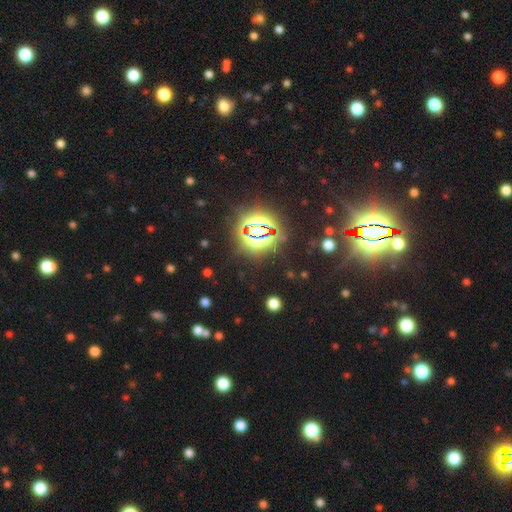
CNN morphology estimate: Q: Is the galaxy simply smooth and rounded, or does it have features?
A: star or artifact — 82%.